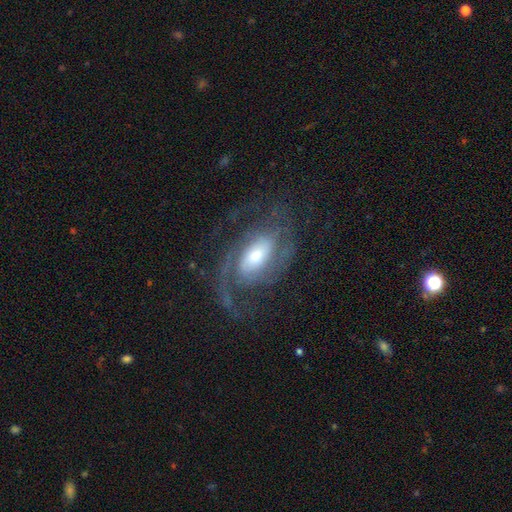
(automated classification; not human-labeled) Smooth or featured: featured or disk — 87% (smooth — 8%)
Edge-on disk: no — 96% (yes — 4%)
Bar: no — 44% (weak — 36%)
Spiral arms: yes — 96% (no — 4%)
Spiral winding: medium — 48% (tight — 33%)
Spiral arm count: 2 — 61% (3 — 13%)
Bulge size: moderate — 47% (small — 29%)
Merging: none — 65% (major disturbance — 18%)